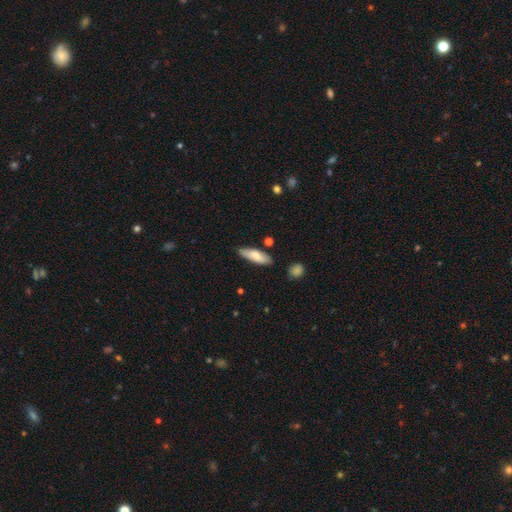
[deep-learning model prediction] Smooth or featured? smooth (77%)
How rounded? in between (54%)
Merging? none (79%)